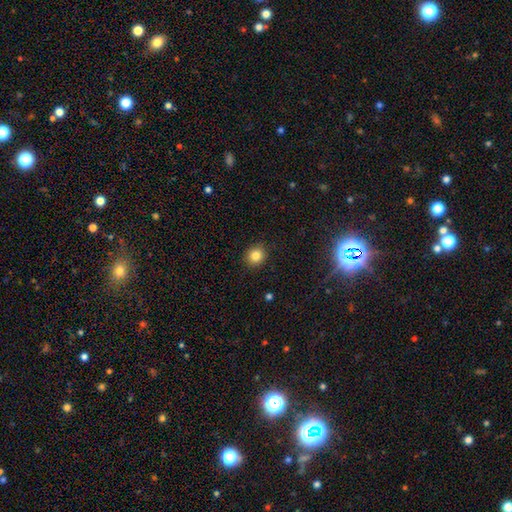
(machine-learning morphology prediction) The model was most divided on "how rounded": round: 82%, in between: 17%, cigar-shaped: 1%. More confident: merging — none (90%); smooth or featured — smooth (82%).